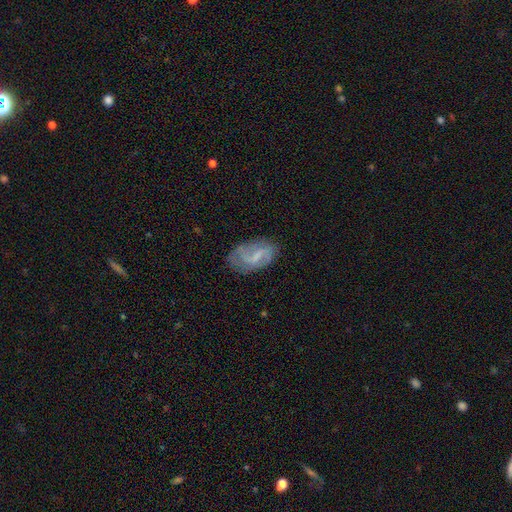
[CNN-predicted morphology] A featured or disk galaxy (64%) with a weak bar (54%), 2 (68%) medium (40%) spiral arms (83%) and a small central bulge (38%, tied with none). Merging: none (65%).